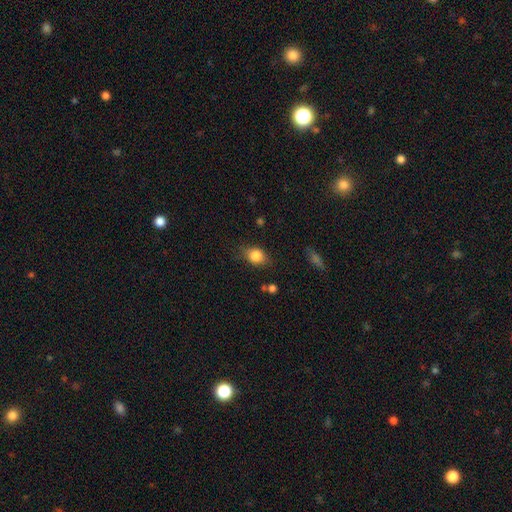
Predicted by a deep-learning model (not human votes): Q: Smooth or featured?
A: smooth (83%); runner-up: star or artifact (9%)
Q: How rounded?
A: in between (56%); runner-up: round (42%)
Q: Merging?
A: none (74%); runner-up: minor disturbance (19%)